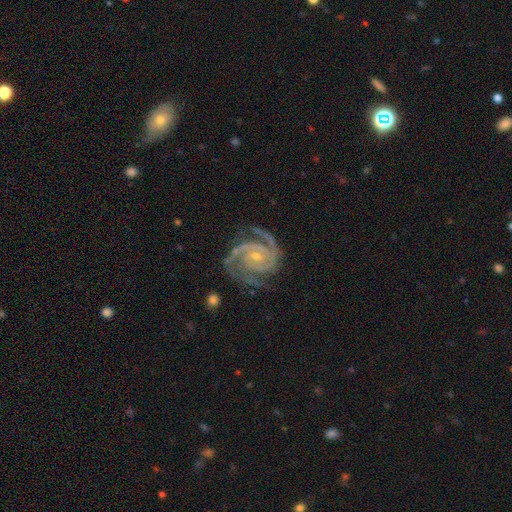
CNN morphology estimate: smooth_or_featured: featured or disk (p=0.94) [alt: star or artifact p=0.04]
disk_edge_on: no (p=0.98) [alt: yes p=0.02]
bar: no (p=0.64) [alt: weak p=0.26]
has_spiral_arms: yes (p=0.99) [alt: no p=0.01]
spiral_winding: tight (p=0.69) [alt: medium p=0.28]
spiral_arm_count: 2 (p=0.44) [alt: 3 p=0.37]
bulge_size: small (p=0.74) [alt: moderate p=0.22]
merging: none (p=0.75) [alt: minor disturbance p=0.18]